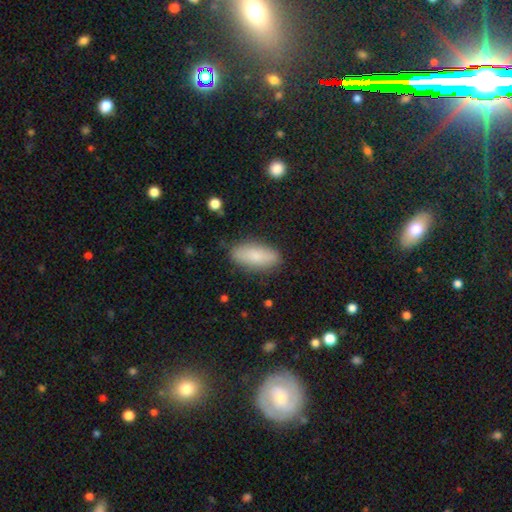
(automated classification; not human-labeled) A smooth galaxy with no disk features (80%) that is in between round and cigar-shaped (78%).

Vote fractions:
- Smooth or featured? smooth: 80% / featured or disk: 14% / star or artifact: 6%
- How rounded? in between: 78% / cigar-shaped: 20% / round: 2%
- Merging? none: 85% / minor disturbance: 11% / major disturbance: 3% / merger: 1%